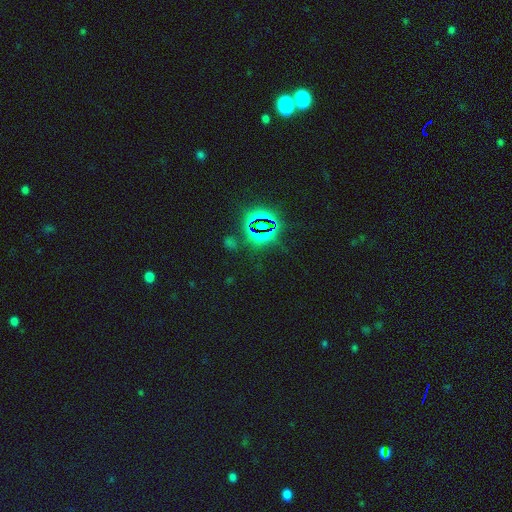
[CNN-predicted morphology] Smooth or featured? star or artifact (78%)